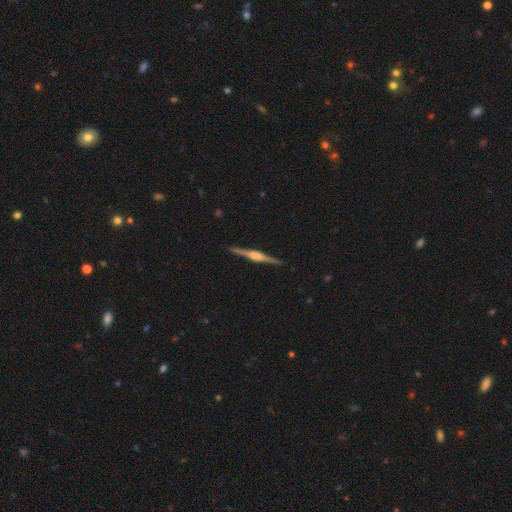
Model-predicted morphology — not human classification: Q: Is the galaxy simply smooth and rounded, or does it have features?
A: featured or disk — 85%.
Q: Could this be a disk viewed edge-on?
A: yes — 99%.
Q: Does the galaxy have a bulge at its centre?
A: rounded — 71%.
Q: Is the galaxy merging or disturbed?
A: none — 92%.